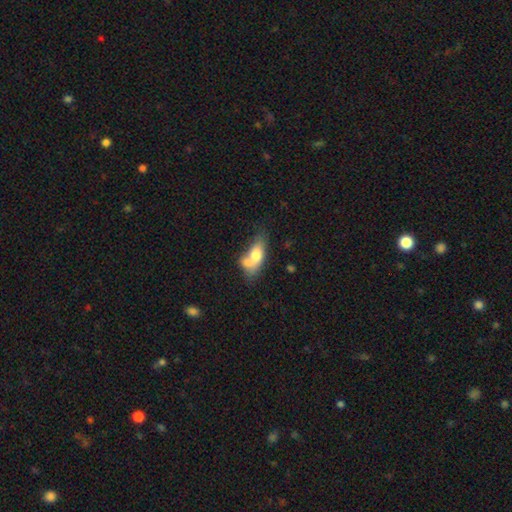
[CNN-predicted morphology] A smooth galaxy with no disk features (69%) that is in between round and cigar-shaped (80%). Merging: merger (51%).